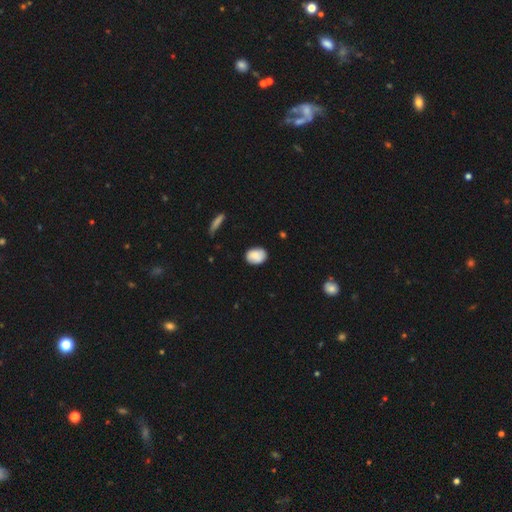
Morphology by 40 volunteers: Smooth or featured? smooth (90%)
How rounded? in between (58%)
Merging? none (89%)